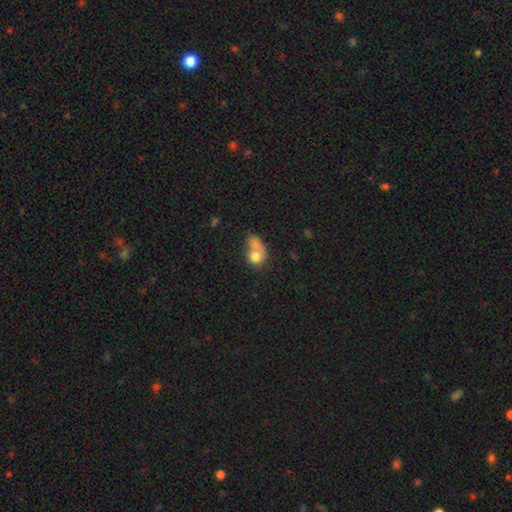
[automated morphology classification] Overall: smooth (74%). How rounded: round (49%, tied with in between). Merging: merger (47%; none 23%).